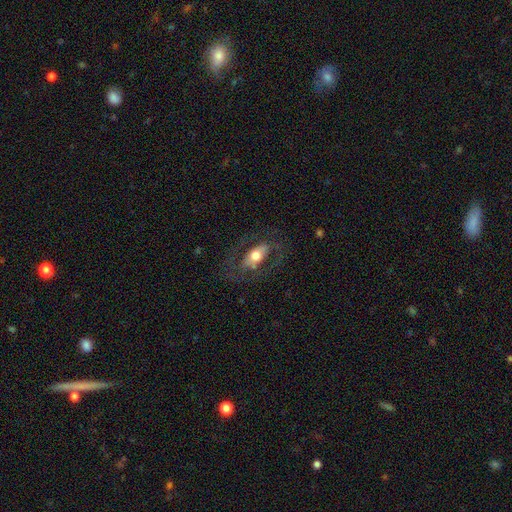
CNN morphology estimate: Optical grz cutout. It shows a featured or disk galaxy (50%). Merging: none (64%).